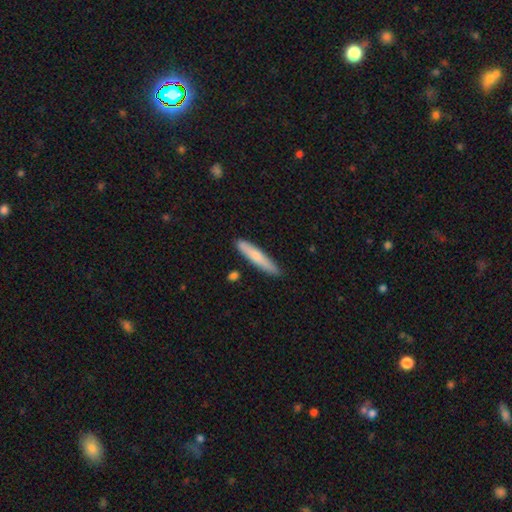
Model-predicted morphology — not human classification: smooth-or-featured: smooth: 72% | featured or disk: 22% | star or artifact: 6%
  how-rounded: cigar-shaped: 91% | in between: 8% | round: 1%
  merging: none: 85% | minor disturbance: 11% | merger: 2% | major disturbance: 2%